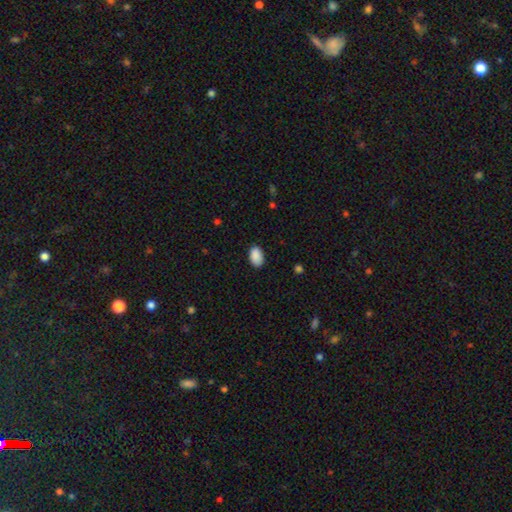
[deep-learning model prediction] A smooth galaxy with no disk features (90%) that is in between round and cigar-shaped (91%). Merging: none (85%).